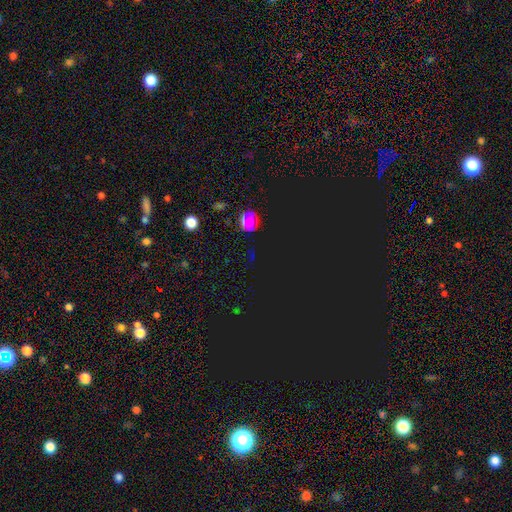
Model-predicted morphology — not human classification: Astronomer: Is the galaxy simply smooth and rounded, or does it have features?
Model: star or artifact — 81%.